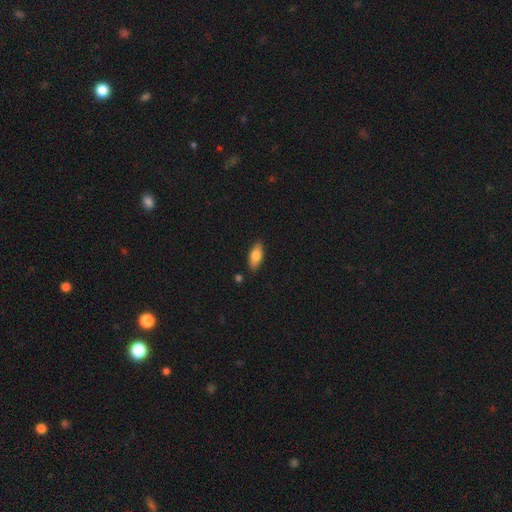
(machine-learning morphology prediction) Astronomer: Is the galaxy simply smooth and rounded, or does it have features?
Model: smooth — 77%.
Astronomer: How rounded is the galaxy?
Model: in between — 80%.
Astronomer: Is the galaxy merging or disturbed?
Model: none — 85%.